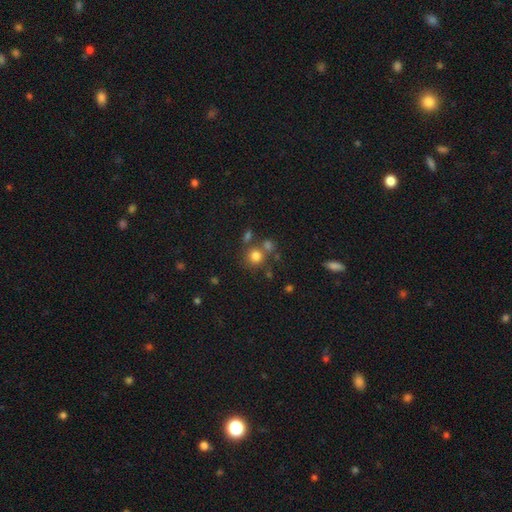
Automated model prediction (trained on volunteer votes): smooth-or-featured: smooth: 77% | star or artifact: 15% | featured or disk: 9%
  how-rounded: round: 88% | in between: 11% | cigar-shaped: 1%
  merging: none: 66% | merger: 19% | minor disturbance: 10% | major disturbance: 5%